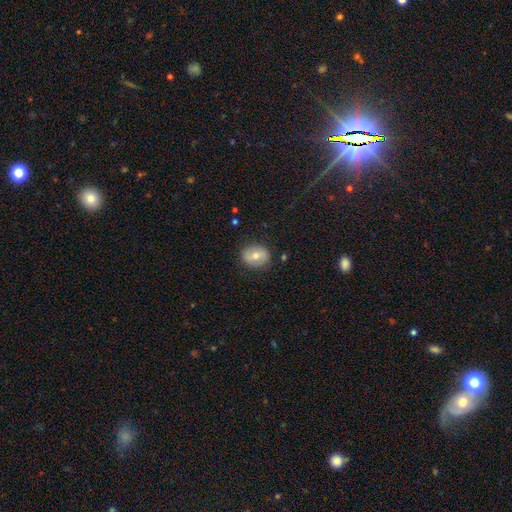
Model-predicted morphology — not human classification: The model was most divided on "how rounded": round: 54%, in between: 45%, cigar-shaped: 1%. More confident: merging — none (83%); smooth or featured — smooth (65%).